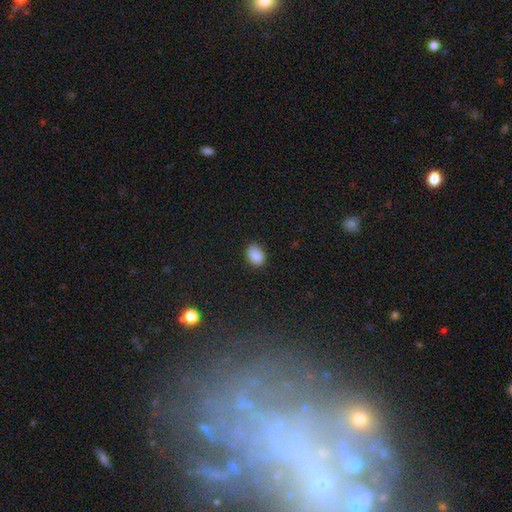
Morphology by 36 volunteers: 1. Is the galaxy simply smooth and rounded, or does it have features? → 94% smooth, 3% featured or disk, 3% star or artifact.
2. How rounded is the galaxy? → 71% in between, 26% round, 3% cigar-shaped.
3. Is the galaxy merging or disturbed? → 74% none, 26% minor disturbance, 0% major disturbance, 0% merger.